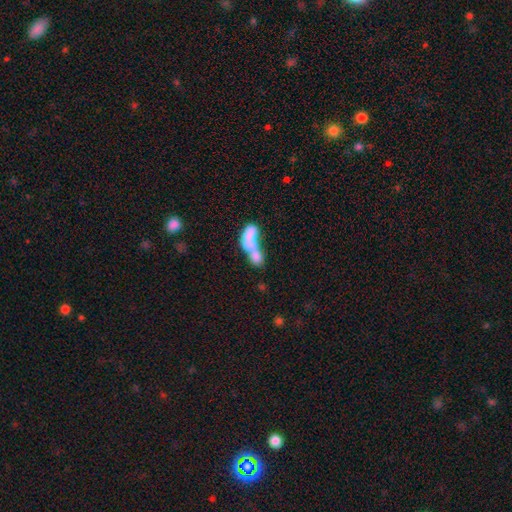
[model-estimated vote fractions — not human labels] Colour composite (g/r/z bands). It shows a smooth galaxy with no disk features (67%) that is in between round and cigar-shaped (70%). Merging: merger (78%).